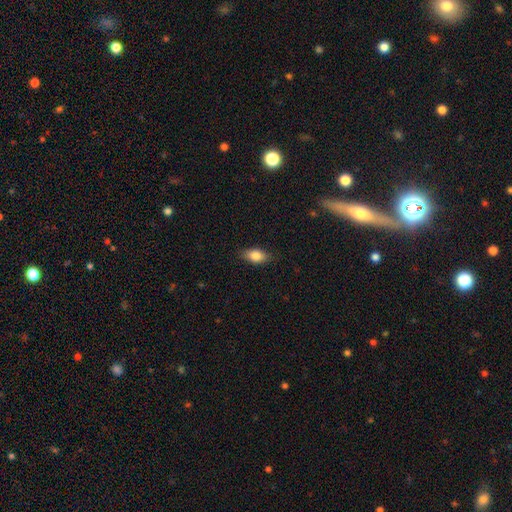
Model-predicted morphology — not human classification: Overall: smooth (82%). How rounded: in between (85%). Merging: none (83%).